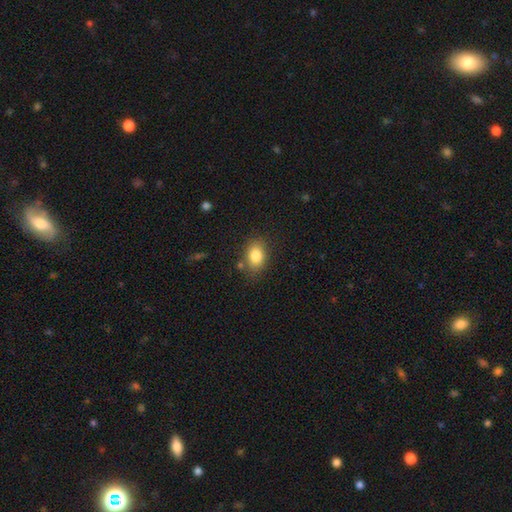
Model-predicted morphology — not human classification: Q: Smooth or featured?
A: smooth (83%); runner-up: star or artifact (9%)
Q: How rounded?
A: in between (76%); runner-up: round (23%)
Q: Merging?
A: none (78%); runner-up: minor disturbance (14%)